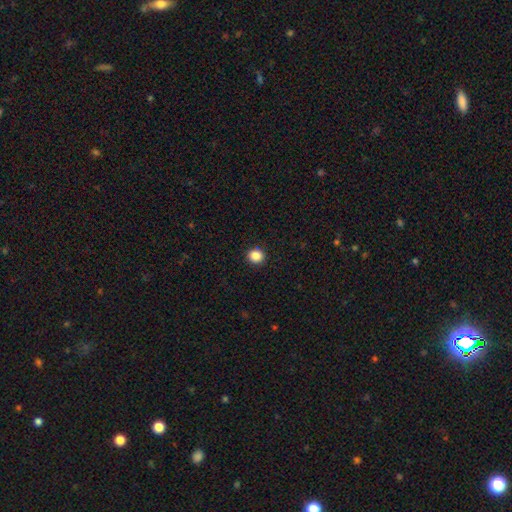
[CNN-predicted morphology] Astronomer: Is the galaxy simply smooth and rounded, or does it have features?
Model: smooth — 87%.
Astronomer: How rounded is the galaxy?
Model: round — 90%.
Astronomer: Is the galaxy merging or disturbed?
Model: none — 93%.